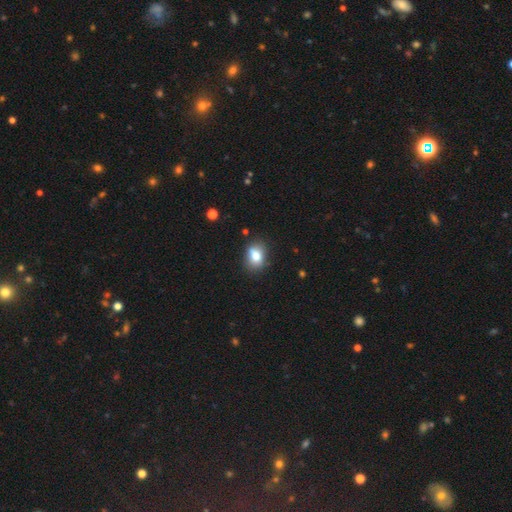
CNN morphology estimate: smooth 78%, featured or disk 12%, star or artifact 10%. Down the decision tree: how rounded — in between (63%); merging — none (71%).